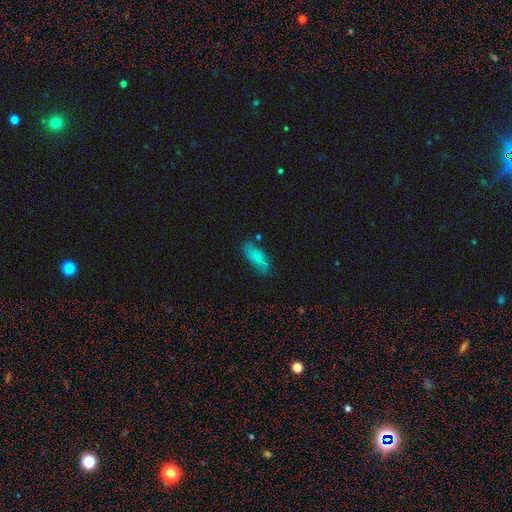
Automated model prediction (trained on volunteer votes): Q: Smooth or featured?
A: smooth (72%); runner-up: featured or disk (20%)
Q: How rounded?
A: in between (76%); runner-up: cigar-shaped (22%)
Q: Merging?
A: none (67%); runner-up: minor disturbance (23%)